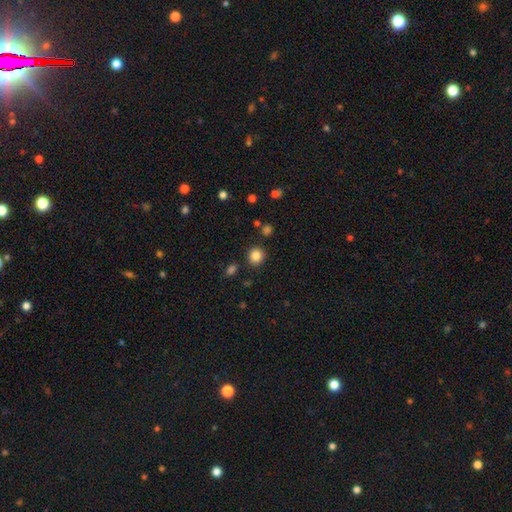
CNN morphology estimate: This appears to be a smooth galaxy with no disk features (84%) that is round (89%). Merging: none (89%).